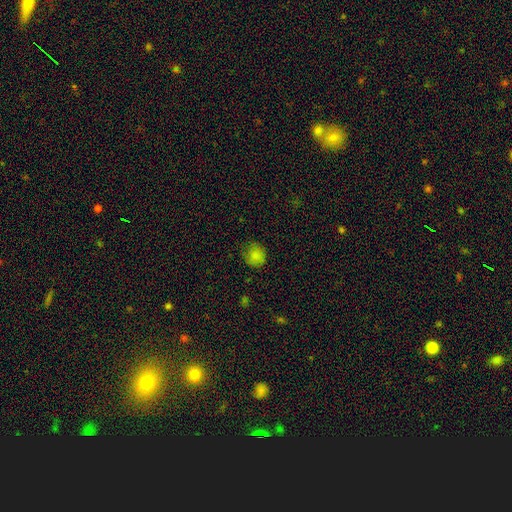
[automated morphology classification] Smooth or featured? Predicted: smooth (p=0.83). How rounded? Predicted: round (p=0.85). Merging? Predicted: none (p=0.77).